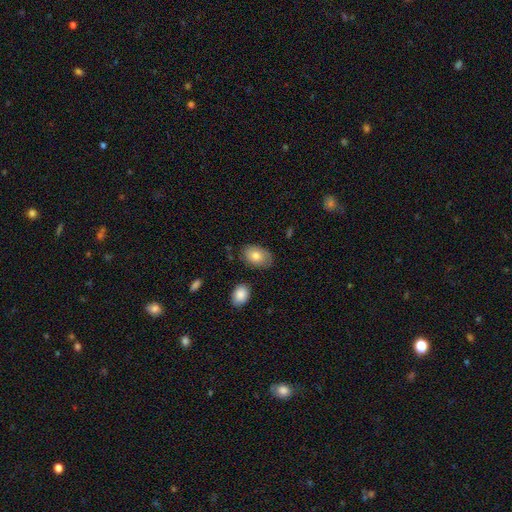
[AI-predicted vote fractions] The model was most divided on "smooth or featured": smooth: 76%, featured or disk: 17%, star or artifact: 7%. More confident: how rounded — in between (86%); merging — none (76%).